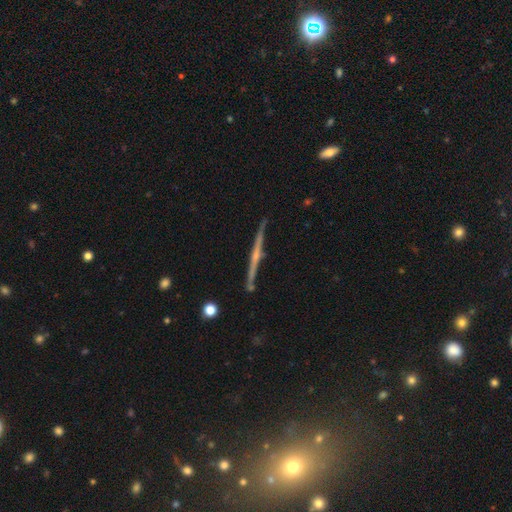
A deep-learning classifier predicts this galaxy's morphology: This is clearly a featured or disk galaxy (80%). It is clearly viewed edge-on (98%). Edge-on bulge: likely rounded (62%). Merging: clearly none (87%).